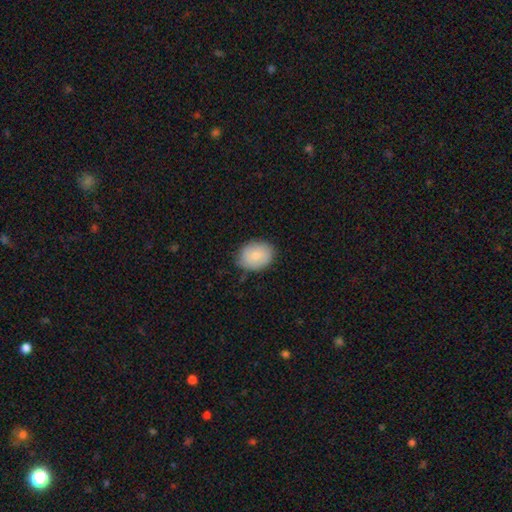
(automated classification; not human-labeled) This appears to be a smooth galaxy with no disk features (79%) that is in between round and cigar-shaped (60%). Merging: none (79%).